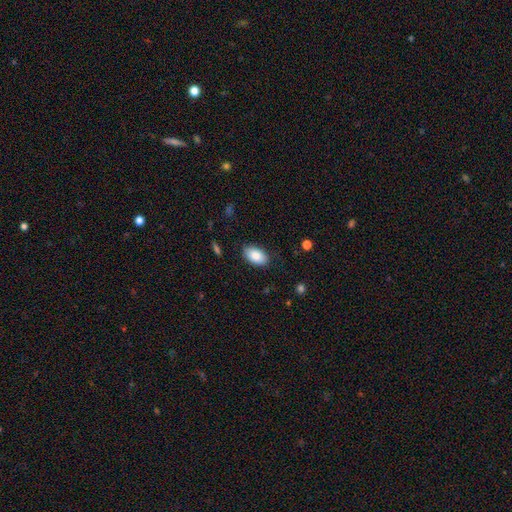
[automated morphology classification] smooth-or-featured: smooth: 86% | featured or disk: 7% | star or artifact: 7%
  how-rounded: in between: 93% | round: 5% | cigar-shaped: 1%
  merging: none: 86% | minor disturbance: 11% | major disturbance: 2% | merger: 1%